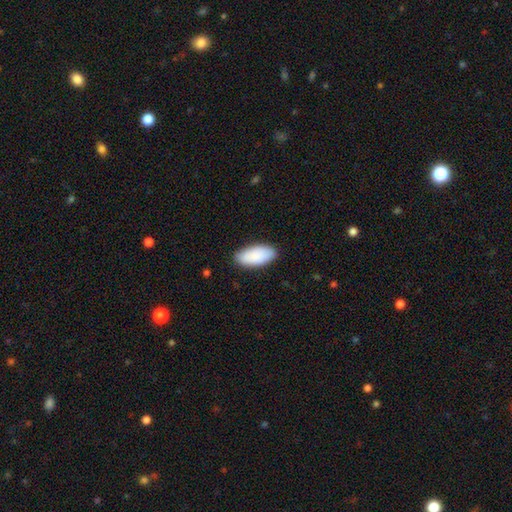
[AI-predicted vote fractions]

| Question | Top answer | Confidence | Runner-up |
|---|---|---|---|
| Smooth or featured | smooth | 90% | star or artifact (5%) |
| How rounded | in between | 93% | cigar-shaped (5%) |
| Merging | none | 87% | minor disturbance (10%) |